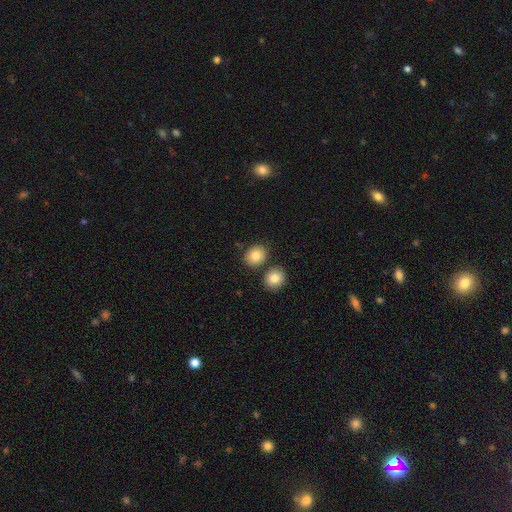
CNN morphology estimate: Smooth or featured: smooth — 83% (star or artifact — 9%)
How rounded: round — 55% (in between — 44%)
Merging: none — 76% (merger — 12%)